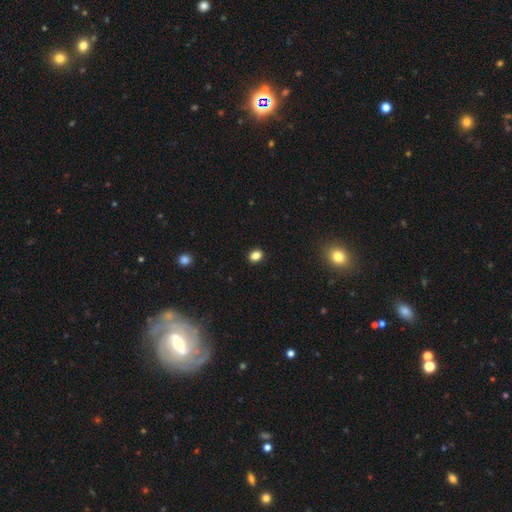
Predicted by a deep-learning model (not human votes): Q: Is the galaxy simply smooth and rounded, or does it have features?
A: smooth — 84%.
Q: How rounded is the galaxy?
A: in between — 57%.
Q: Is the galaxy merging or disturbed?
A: none — 90%.